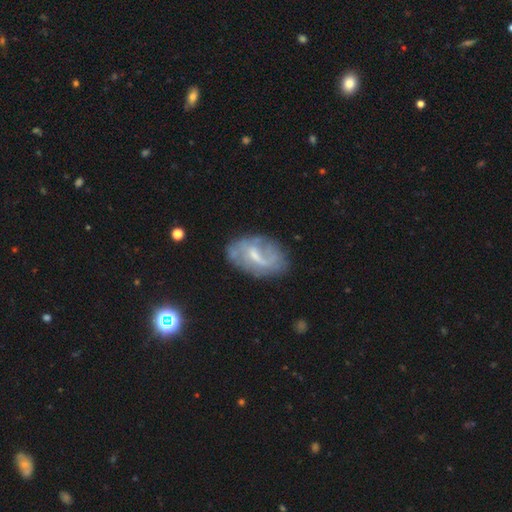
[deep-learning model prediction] Morphology: type=featured or disk (69%); edge-on=no (96%); bar=weak (57%); spiral arms=yes (73%); bulge=small (47%); merging=none (62%).